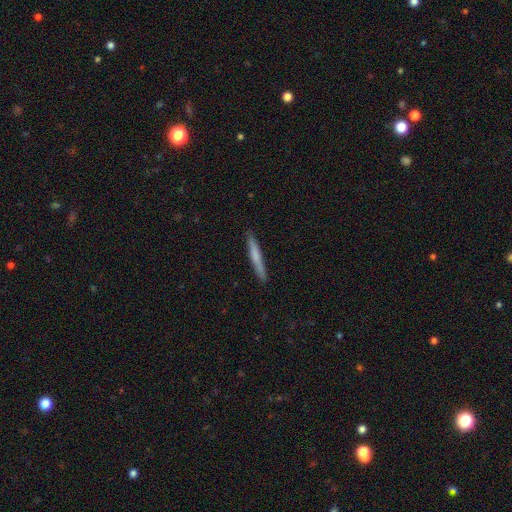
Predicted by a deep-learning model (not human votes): The model was most divided on "smooth or featured": smooth: 65%, featured or disk: 30%, star or artifact: 6%. More confident: how rounded — cigar-shaped (96%); merging — none (90%).